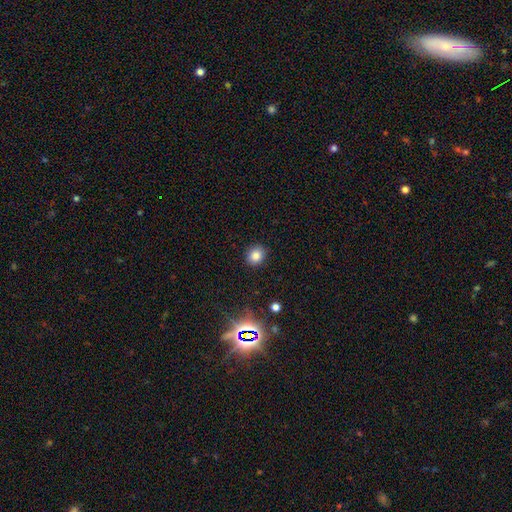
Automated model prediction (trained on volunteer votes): A smooth galaxy with no disk features (81%) that is round (70%). Merging: none (89%).